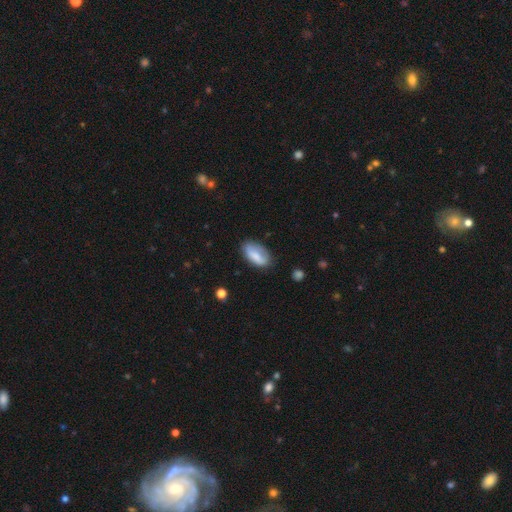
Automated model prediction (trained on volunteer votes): Morphology: type=smooth (77%); roundness=in between (91%); merging=none (69%).